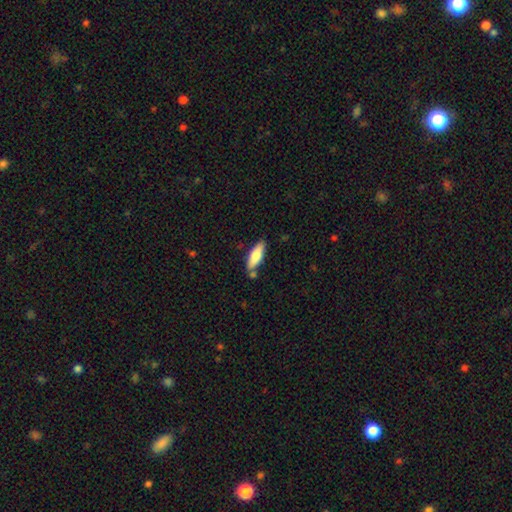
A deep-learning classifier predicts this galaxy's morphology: smooth 74%, featured or disk 20%, star or artifact 6%. Down the decision tree: how rounded — in between (54%); merging — none (74%).